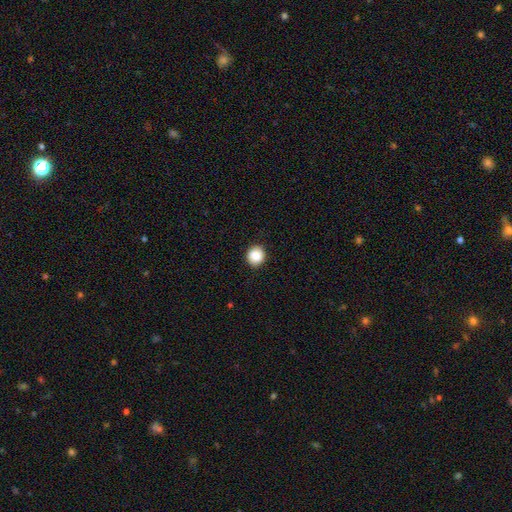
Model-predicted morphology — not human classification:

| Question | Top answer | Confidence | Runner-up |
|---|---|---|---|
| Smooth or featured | smooth | 88% | star or artifact (9%) |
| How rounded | round | 87% | in between (12%) |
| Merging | none | 90% | minor disturbance (7%) |